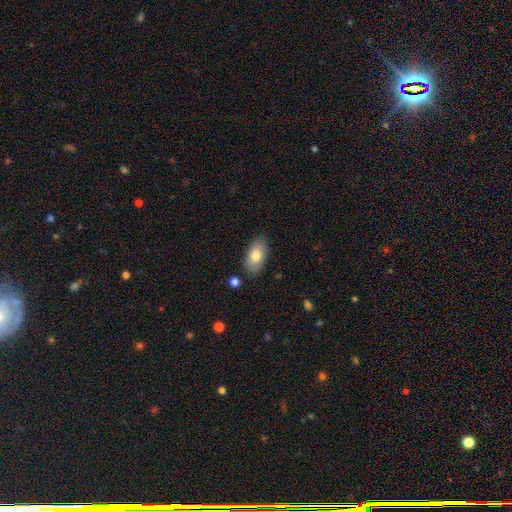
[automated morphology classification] A smooth galaxy with no disk features (77%) that is in between round and cigar-shaped (93%). Merging: none (83%).